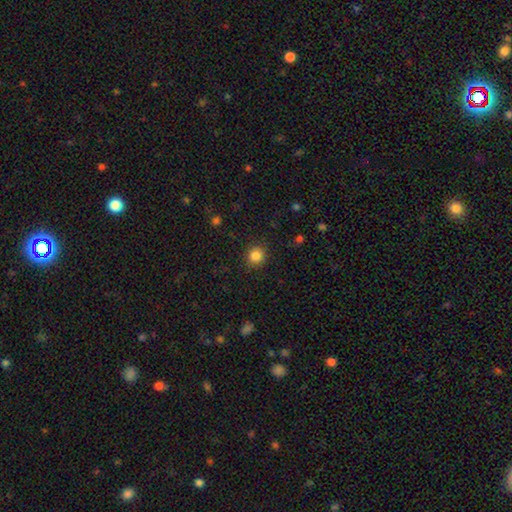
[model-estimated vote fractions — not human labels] smooth 85%, star or artifact 11%, featured or disk 4%. Down the decision tree: how rounded — round (87%); merging — none (90%).